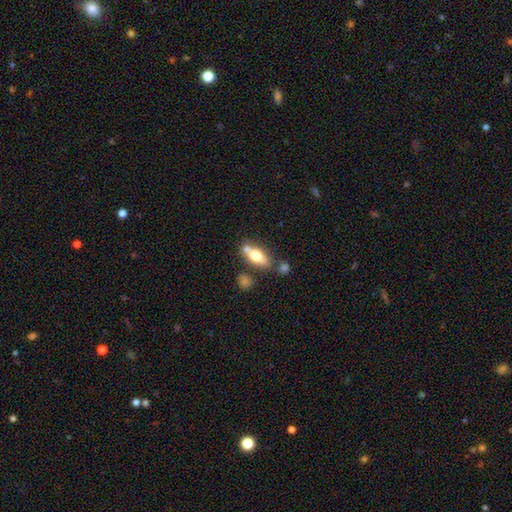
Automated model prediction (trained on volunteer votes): Smooth or featured? smooth (60%)
How rounded? in between (70%)
Merging? none (61%)